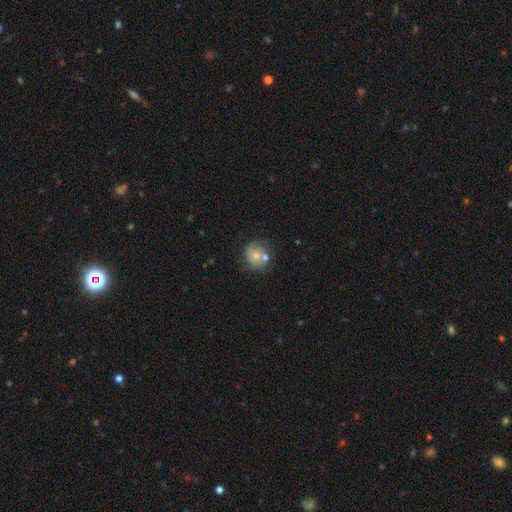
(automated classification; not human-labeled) Smooth or featured? Predicted: smooth (p=0.54). How rounded? Predicted: round (p=0.79). Merging? Predicted: none (p=0.49).